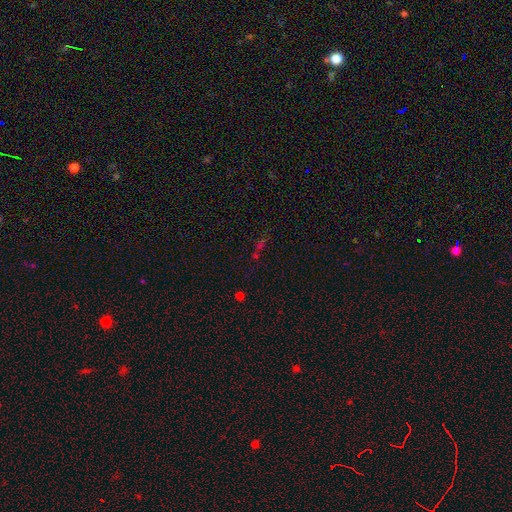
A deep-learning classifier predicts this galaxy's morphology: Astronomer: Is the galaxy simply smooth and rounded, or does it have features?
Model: star or artifact — 54% (runner-up: smooth, 34%).